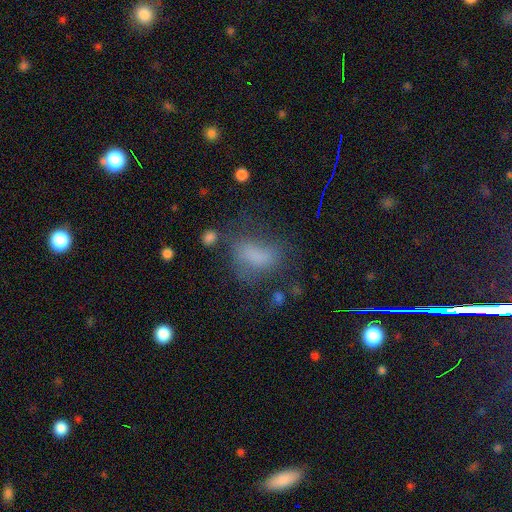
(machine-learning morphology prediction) Q: Smooth or featured?
A: smooth (67%); runner-up: featured or disk (16%)
Q: How rounded?
A: in between (81%); runner-up: round (12%)
Q: Merging?
A: none (42%); runner-up: major disturbance (28%)